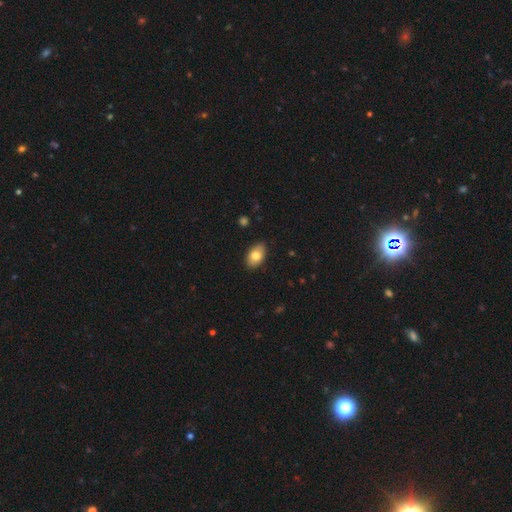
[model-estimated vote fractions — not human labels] A smooth galaxy with no disk features (80%) that is in between round and cigar-shaped (90%).

Vote fractions:
- Smooth or featured? smooth: 80% / featured or disk: 13% / star or artifact: 7%
- How rounded? in between: 90% / round: 8% / cigar-shaped: 1%
- Merging? none: 85% / minor disturbance: 12% / major disturbance: 2% / merger: 1%